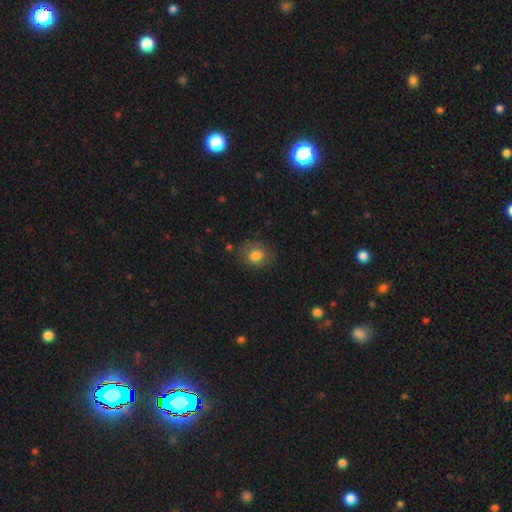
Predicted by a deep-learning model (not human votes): Morphology: type=smooth (79%); roundness=in between (52%); merging=none (77%).